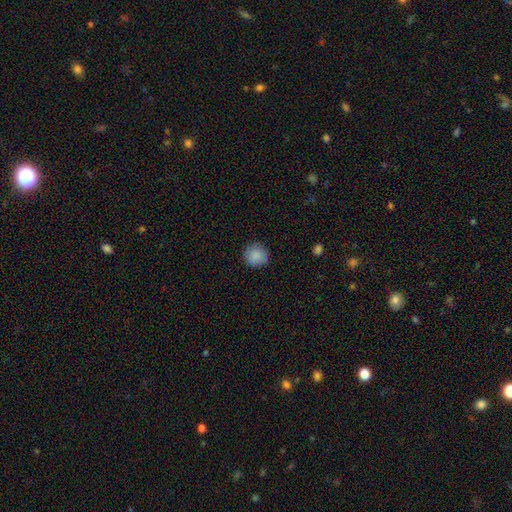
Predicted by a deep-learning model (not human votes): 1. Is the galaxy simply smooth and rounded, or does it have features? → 88% smooth, 8% star or artifact, 4% featured or disk.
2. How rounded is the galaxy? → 93% round, 6% in between, 1% cigar-shaped.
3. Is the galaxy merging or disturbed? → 87% none, 10% minor disturbance, 2% major disturbance, 1% merger.